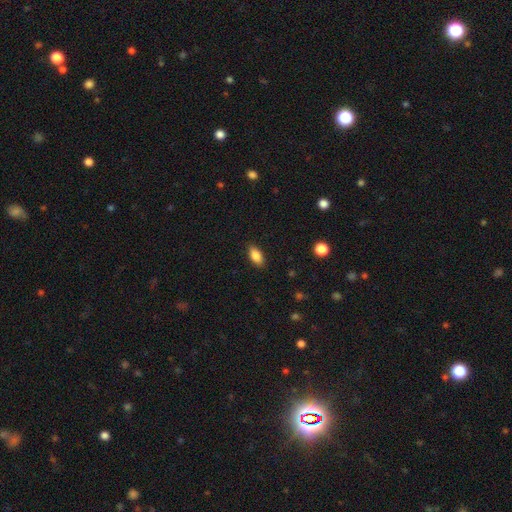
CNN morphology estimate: A smooth galaxy with no disk features (86%) that is in between round and cigar-shaped (90%).

Vote fractions:
- Smooth or featured? smooth: 86% / star or artifact: 8% / featured or disk: 6%
- How rounded? in between: 90% / cigar-shaped: 6% / round: 4%
- Merging? none: 88% / minor disturbance: 9% / major disturbance: 2% / merger: 1%